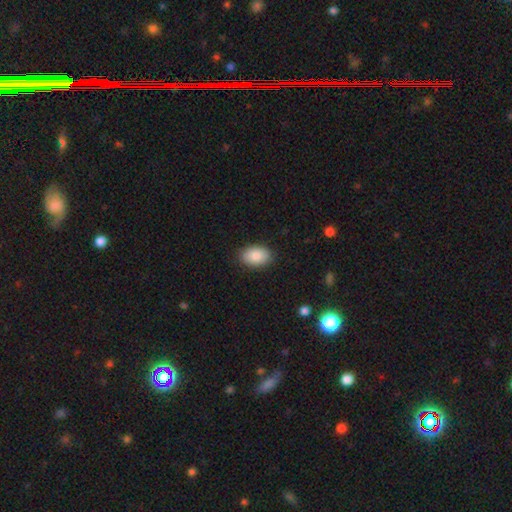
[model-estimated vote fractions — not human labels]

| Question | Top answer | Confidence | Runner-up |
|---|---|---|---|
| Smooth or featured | smooth | 87% | star or artifact (7%) |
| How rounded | in between | 90% | round (9%) |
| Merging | none | 88% | minor disturbance (9%) |